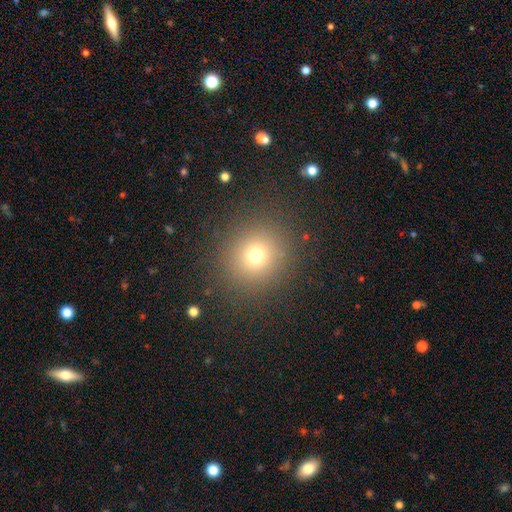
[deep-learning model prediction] smooth-or-featured: smooth: 72% | star or artifact: 18% | featured or disk: 10%
  how-rounded: round: 88% | in between: 11% | cigar-shaped: 1%
  merging: none: 88% | minor disturbance: 7% | major disturbance: 4% | merger: 1%